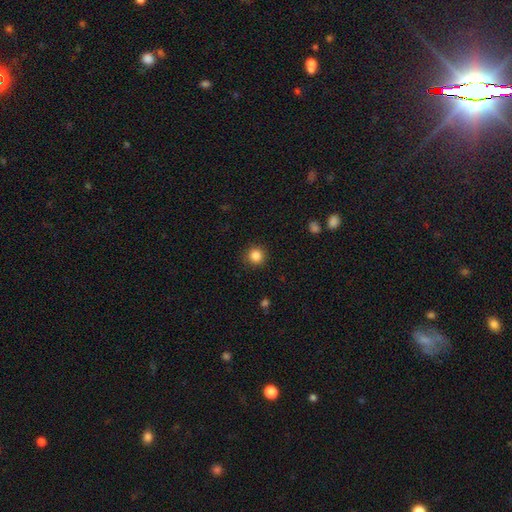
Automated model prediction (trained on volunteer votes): Smooth or featured? smooth (85%)
How rounded? round (94%)
Merging? none (90%)